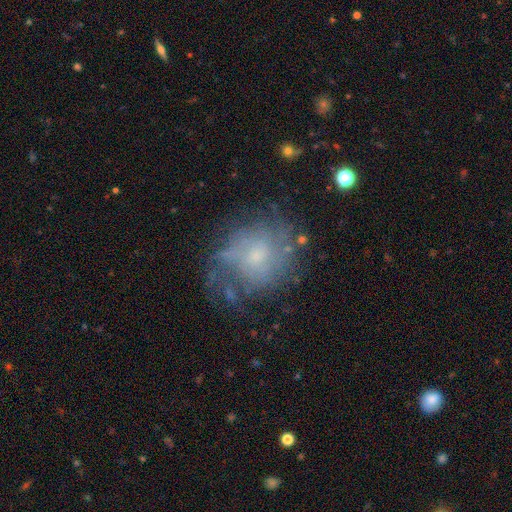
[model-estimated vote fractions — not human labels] The model was most divided on "bulge size": small: 55%, moderate: 33%, none: 8%, large: 3%, dominant: 1%. More confident: edge-on disk — no (97%); bar — no (74%); spiral arms — yes (64%); merging — none (58%); smooth or featured — featured or disk (55%).